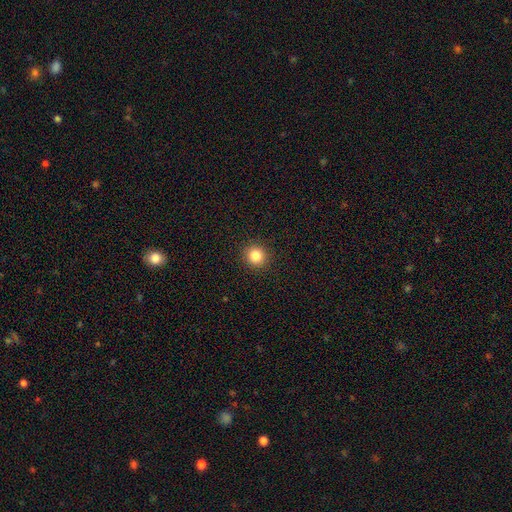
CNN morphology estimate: This is clearly a smooth galaxy (84%). How rounded: clearly round (91%). Merging: clearly none (92%).